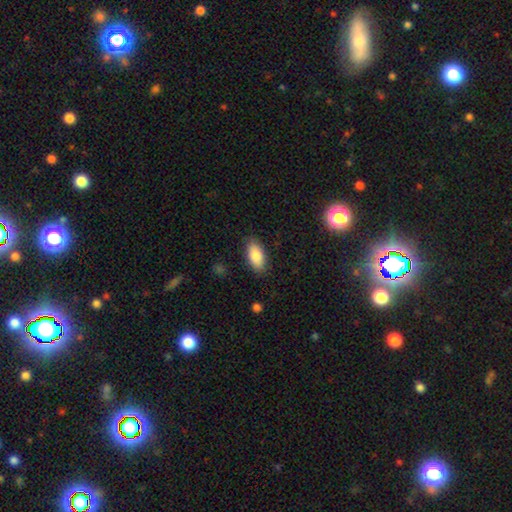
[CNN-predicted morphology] Smooth or featured? smooth (86%)
How rounded? in between (91%)
Merging? none (85%)